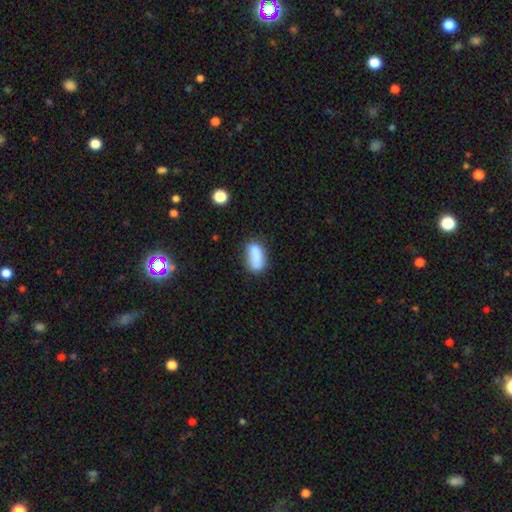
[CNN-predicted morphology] Smooth or featured: smooth — 80% (featured or disk — 11%)
How rounded: in between — 84% (cigar-shaped — 11%)
Merging: none — 53% (minor disturbance — 25%)